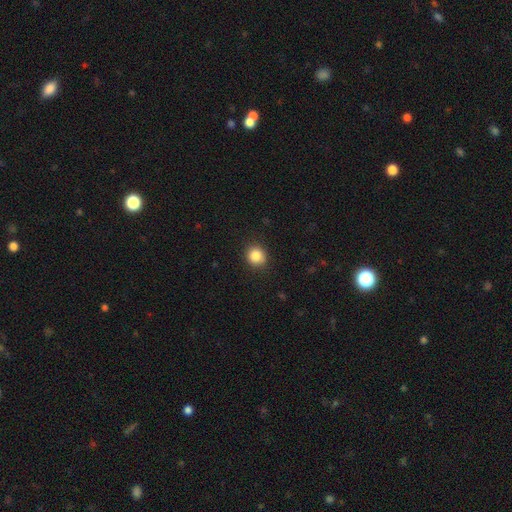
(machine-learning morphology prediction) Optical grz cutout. It shows a smooth galaxy with no disk features (86%) that is round (87%). Merging: none (89%).